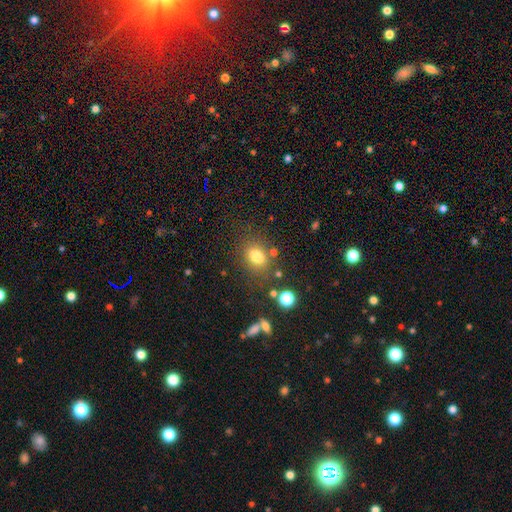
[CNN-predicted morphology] Smooth or featured? smooth (79%)
How rounded? in between (68%)
Merging? none (74%)